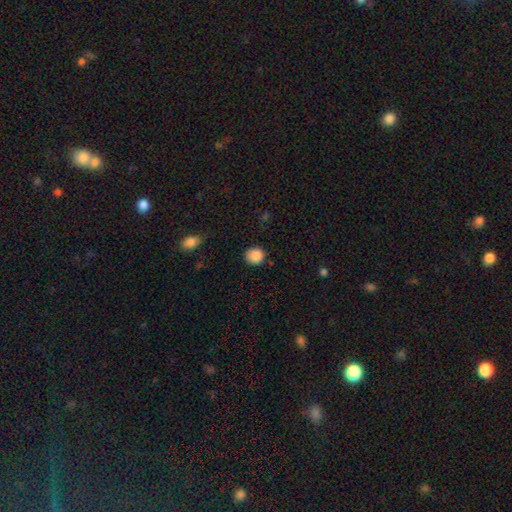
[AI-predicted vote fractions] smooth-or-featured: smooth: 88% | star or artifact: 9% | featured or disk: 3%
  how-rounded: round: 85% | in between: 14% | cigar-shaped: 1%
  merging: none: 85% | minor disturbance: 11% | major disturbance: 3% | merger: 1%